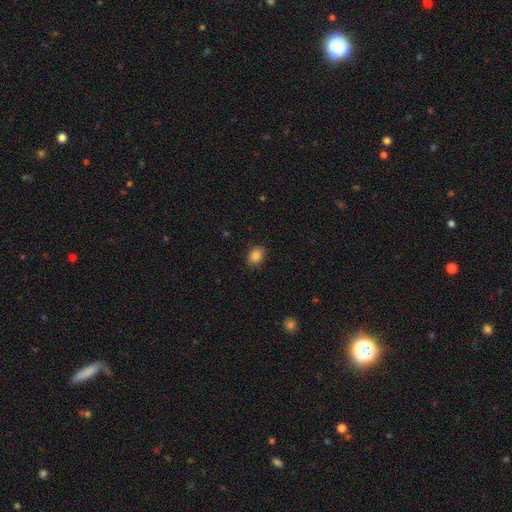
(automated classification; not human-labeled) This is clearly a smooth galaxy (86%). How rounded: likely in between (68%). Merging: clearly none (86%).